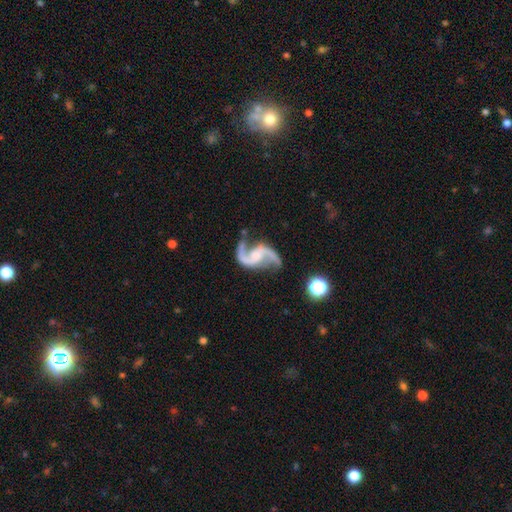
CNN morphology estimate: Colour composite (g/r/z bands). It shows a featured or disk galaxy (93%) with no bar (47%), 2 (94%) loose (64%) spiral arms (98%) and a small central bulge (34%). Merging: none (72%).